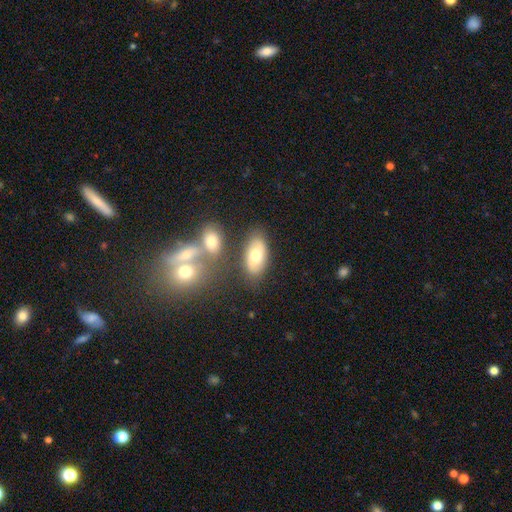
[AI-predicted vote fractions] The model was most divided on "smooth or featured": smooth: 65%, featured or disk: 26%, star or artifact: 8%. More confident: how rounded — in between (91%); merging — none (73%).